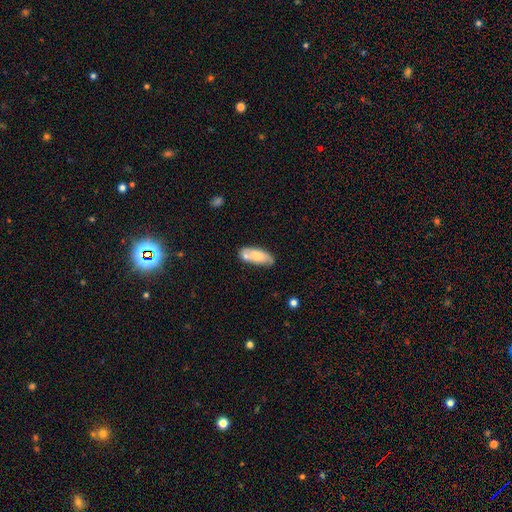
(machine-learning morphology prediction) A smooth galaxy with no disk features (67%) that is in between round and cigar-shaped (77%). Merging: none (53%).